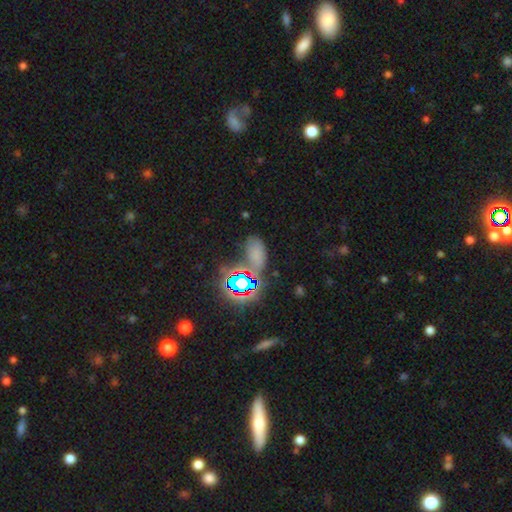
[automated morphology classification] The model was most divided on "smooth or featured": smooth: 47%, star or artifact: 41%, featured or disk: 11%. Remaining: merging — none (50%).